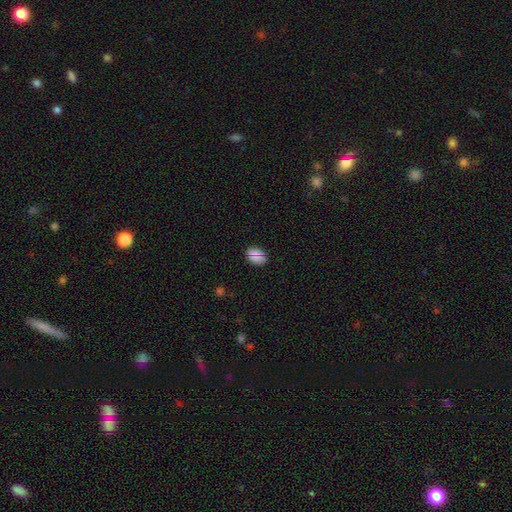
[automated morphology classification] smooth_or_featured: smooth (p=0.74) [alt: star or artifact p=0.18]
how_rounded: in between (p=0.79) [alt: round p=0.19]
merging: none (p=0.83) [alt: minor disturbance p=0.11]